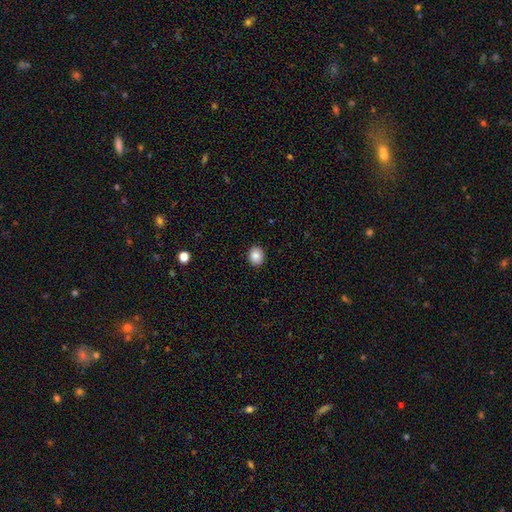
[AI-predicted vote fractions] smooth 86%, star or artifact 9%, featured or disk 5%. Down the decision tree: how rounded — round (65%); merging — none (91%).